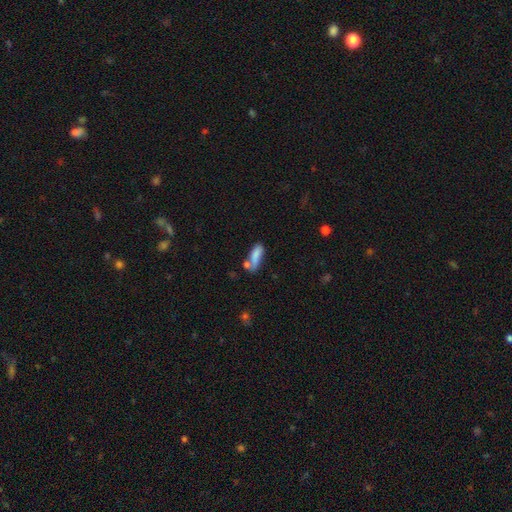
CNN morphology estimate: smooth 78%, featured or disk 14%, star or artifact 8%. Down the decision tree: how rounded — in between (61%); merging — none (39%).